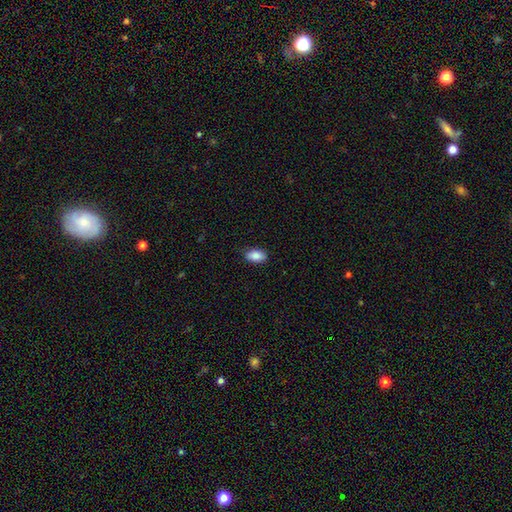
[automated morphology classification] Smooth or featured?
  - smooth: 87% *
  - star or artifact: 7%
  - featured or disk: 6%
How rounded?
  - in between: 92% *
  - round: 5%
  - cigar-shaped: 3%
Merging?
  - none: 85% *
  - minor disturbance: 12%
  - major disturbance: 2%
  - merger: 1%